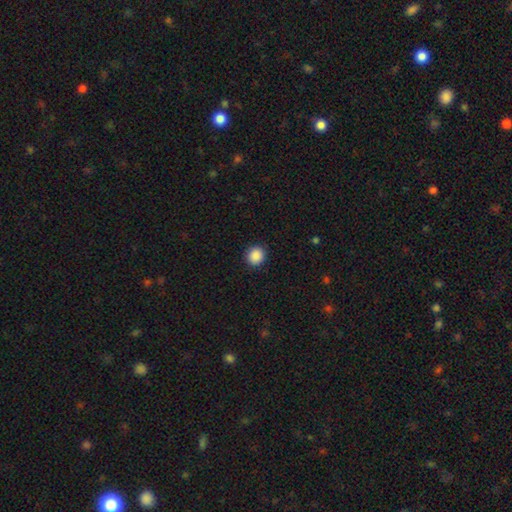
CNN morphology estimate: This appears to be a smooth galaxy with no disk features (89%) that is round (87%). Merging: none (91%).